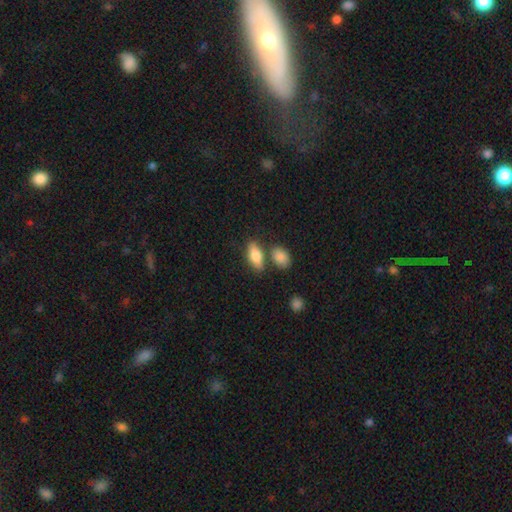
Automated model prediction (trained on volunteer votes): Smooth or featured? smooth (78%)
How rounded? in between (79%)
Merging? none (68%)